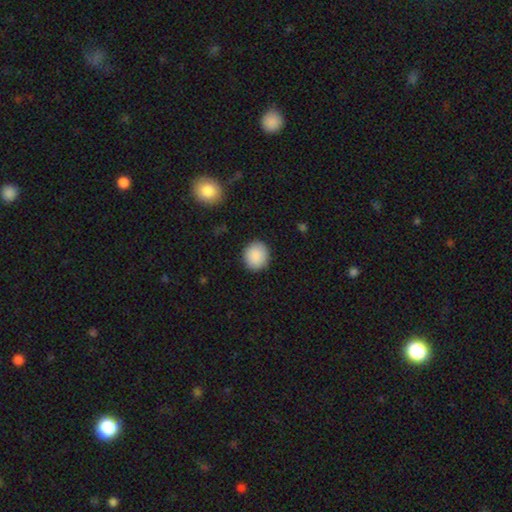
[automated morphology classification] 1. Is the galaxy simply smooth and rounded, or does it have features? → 90% smooth, 7% star or artifact, 3% featured or disk.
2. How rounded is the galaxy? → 84% round, 15% in between, 1% cigar-shaped.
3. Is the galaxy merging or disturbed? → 90% none, 7% minor disturbance, 2% major disturbance, 1% merger.